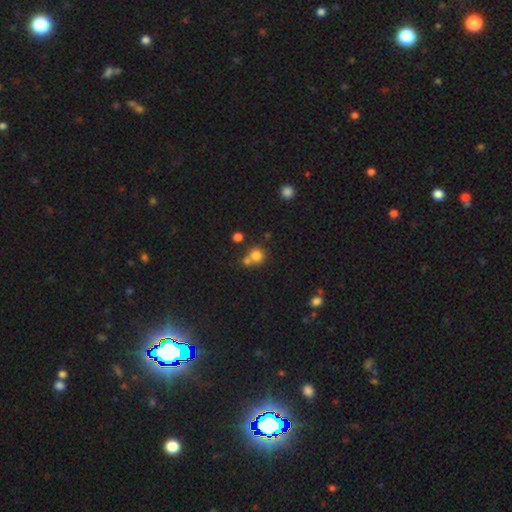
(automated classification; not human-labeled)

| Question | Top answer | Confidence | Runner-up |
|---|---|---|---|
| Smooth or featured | smooth | 78% | star or artifact (14%) |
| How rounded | round | 89% | in between (10%) |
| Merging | none | 54% | merger (36%) |